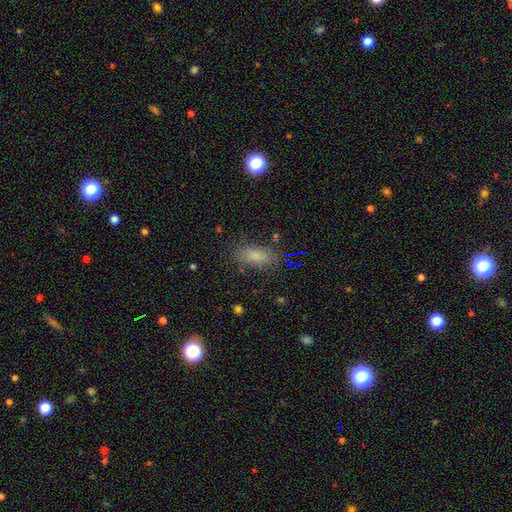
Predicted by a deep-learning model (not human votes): Q: Smooth or featured?
A: smooth (80%); runner-up: star or artifact (12%)
Q: How rounded?
A: in between (83%); runner-up: cigar-shaped (12%)
Q: Merging?
A: none (81%); runner-up: minor disturbance (13%)